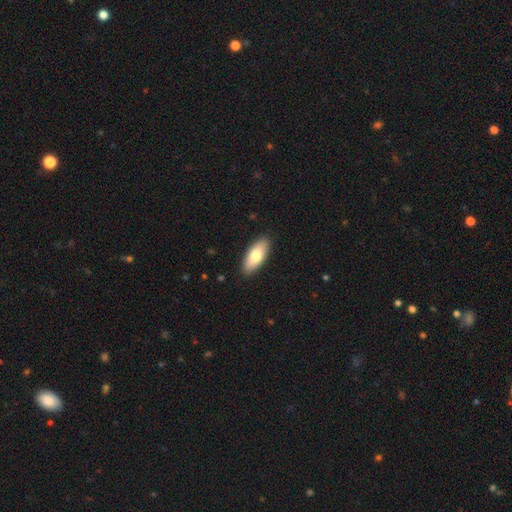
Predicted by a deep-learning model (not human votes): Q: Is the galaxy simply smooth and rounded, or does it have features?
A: smooth — 76%.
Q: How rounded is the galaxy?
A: in between — 85%.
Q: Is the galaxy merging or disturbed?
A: none — 89%.